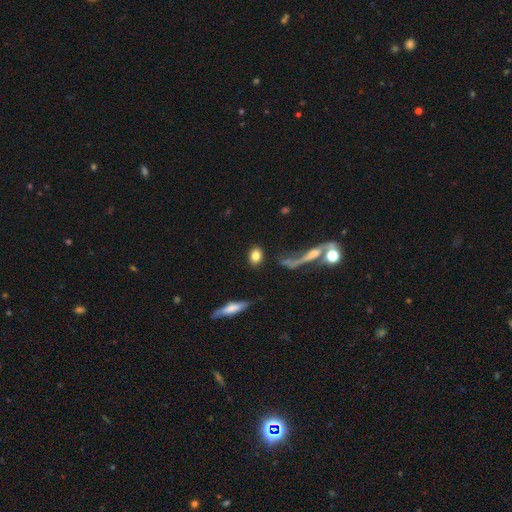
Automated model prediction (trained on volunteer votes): Smooth or featured? smooth (82%)
How rounded? in between (65%)
Merging? none (78%)